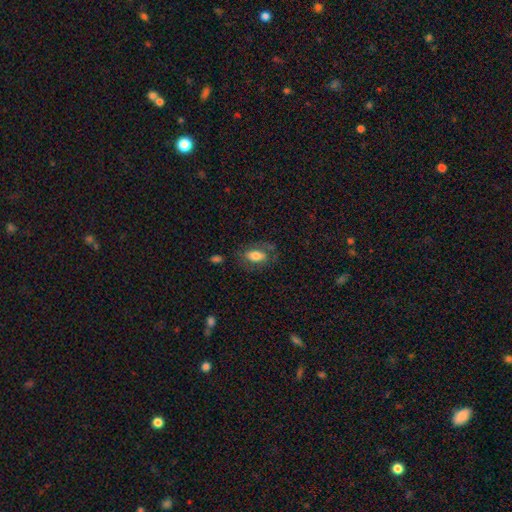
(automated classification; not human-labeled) Morphology: type=smooth (69%); roundness=in between (88%); merging=none (63%).